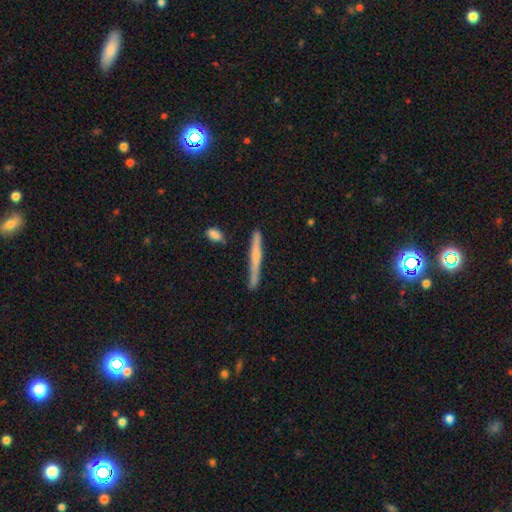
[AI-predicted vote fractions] Overall: featured or disk (51%; smooth 43%). Edge-on disk: yes (96%). Merging: none (80%).